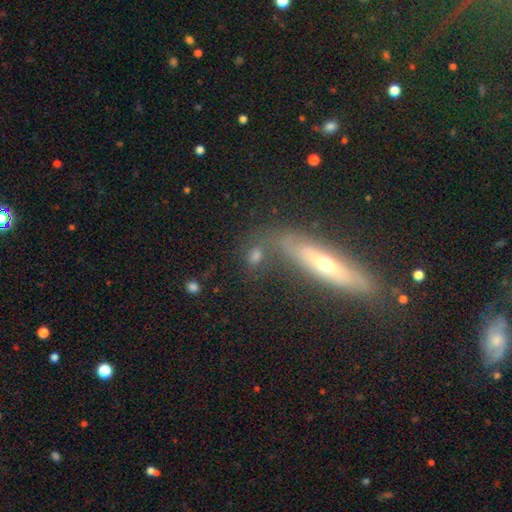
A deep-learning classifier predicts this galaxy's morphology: Overall: smooth (55%; featured or disk 27%). How rounded: in between (51%; round 28%). Merging: none (57%; merger 19%).